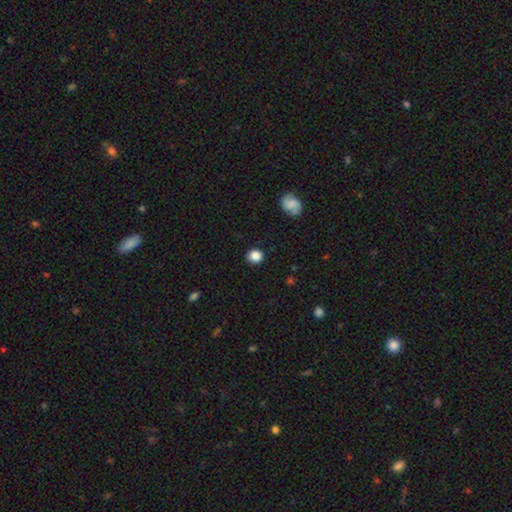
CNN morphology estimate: A smooth galaxy with no disk features (86%) that is round (86%).

Vote fractions:
- Smooth or featured? smooth: 86% / star or artifact: 9% / featured or disk: 5%
- How rounded? round: 86% / in between: 14% / cigar-shaped: 1%
- Merging? none: 89% / minor disturbance: 7% / major disturbance: 2% / merger: 1%